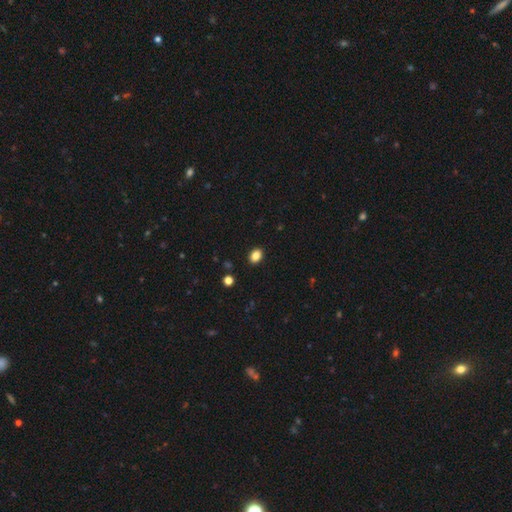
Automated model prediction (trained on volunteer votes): Q: Smooth or featured?
A: smooth (85%); runner-up: star or artifact (10%)
Q: How rounded?
A: in between (75%); runner-up: round (24%)
Q: Merging?
A: none (90%); runner-up: minor disturbance (7%)